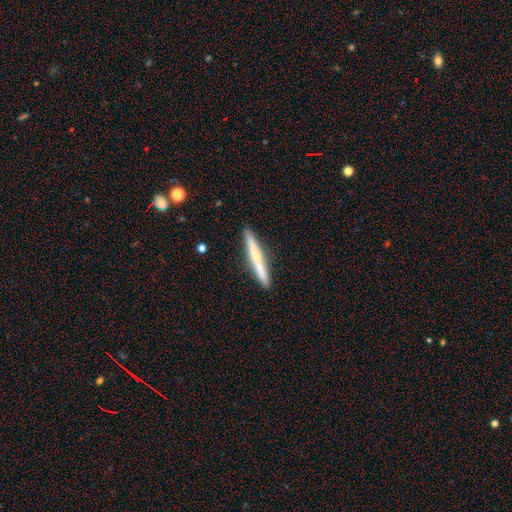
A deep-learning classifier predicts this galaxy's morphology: This appears to be a smooth galaxy with no disk features (53%) that is cigar-shaped (96%). Merging: none (89%).